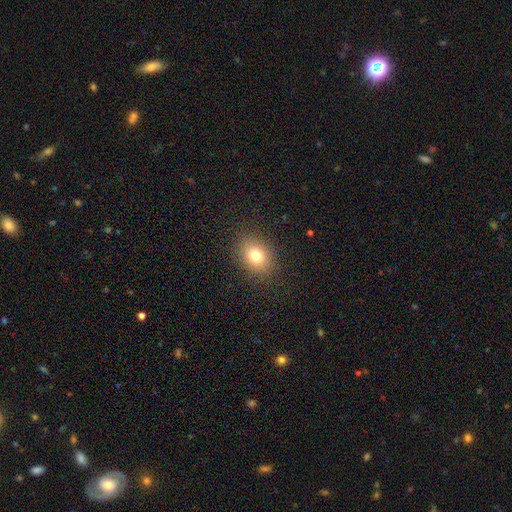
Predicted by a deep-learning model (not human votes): Smooth or featured? Predicted: smooth (p=0.77). How rounded? Predicted: in between (p=0.59). Merging? Predicted: none (p=0.87).